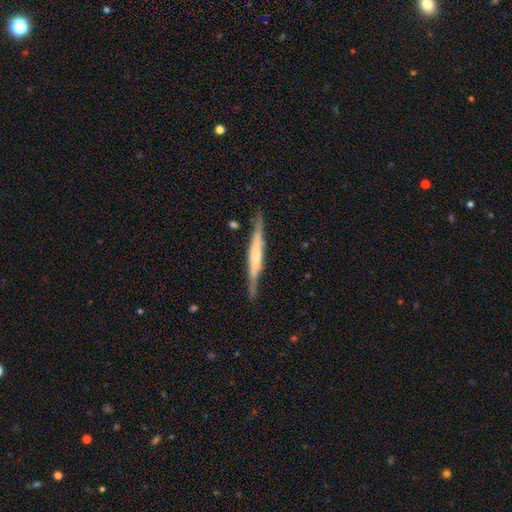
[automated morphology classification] Smooth or featured? featured or disk (63%)
Edge-on disk? yes (96%)
Edge-on bulge? rounded (35%)
Merging? none (83%)